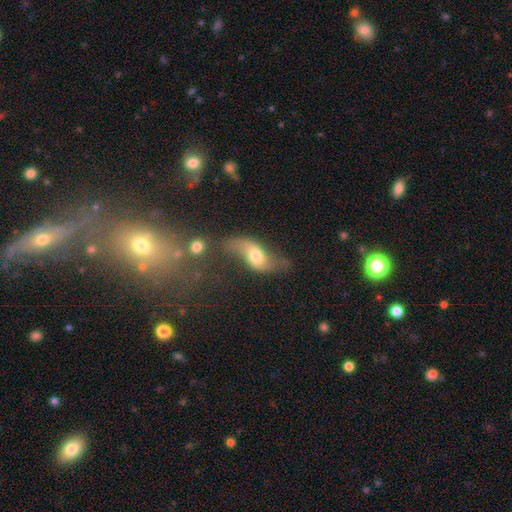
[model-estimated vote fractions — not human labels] smooth-or-featured: featured or disk: 48% | smooth: 43% | star or artifact: 9%
  merging: none: 36% | major disturbance: 26% | minor disturbance: 25% | merger: 13%